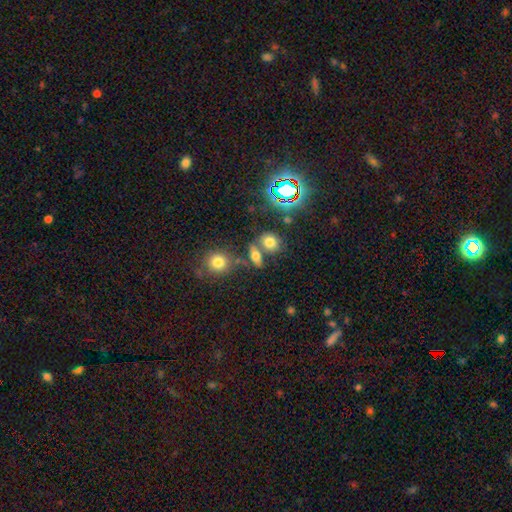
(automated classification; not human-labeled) smooth 64%, star or artifact 21%, featured or disk 15%. Down the decision tree: how rounded — in between (60%); merging — none (58%).